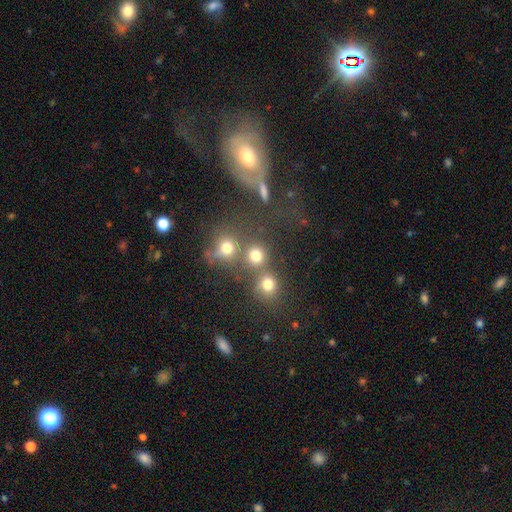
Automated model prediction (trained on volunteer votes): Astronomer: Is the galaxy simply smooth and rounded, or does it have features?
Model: smooth — 75%.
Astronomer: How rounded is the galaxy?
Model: round — 86%.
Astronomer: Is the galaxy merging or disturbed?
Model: none — 55% (runner-up: merger, 32%).